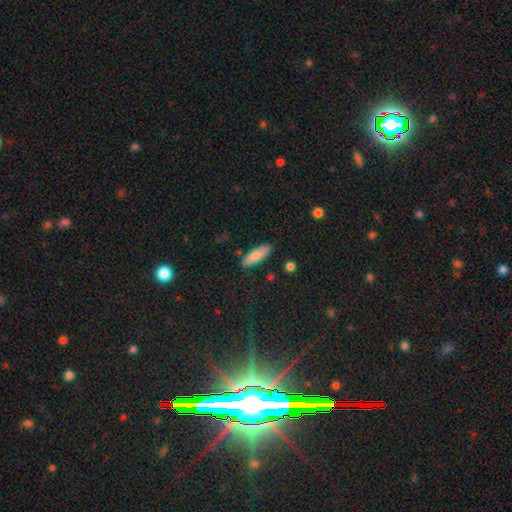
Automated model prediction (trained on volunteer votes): smooth-or-featured: smooth: 79% | featured or disk: 14% | star or artifact: 6%
  how-rounded: in between: 50% | cigar-shaped: 48% | round: 2%
  merging: none: 86% | minor disturbance: 10% | major disturbance: 2% | merger: 2%